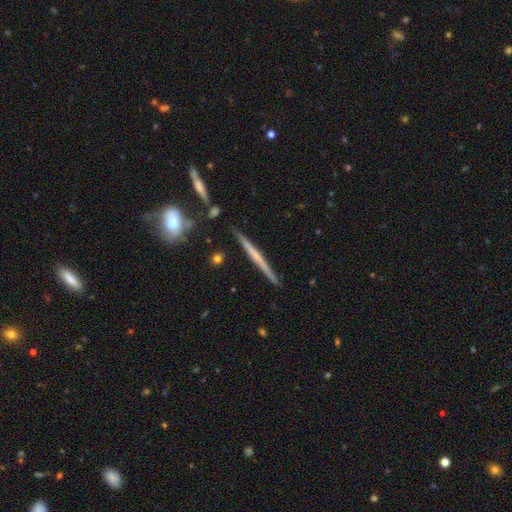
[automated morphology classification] A featured or disk galaxy (59%) viewed edge-on (97%) with no central bulge (77%). Merging: none (87%).